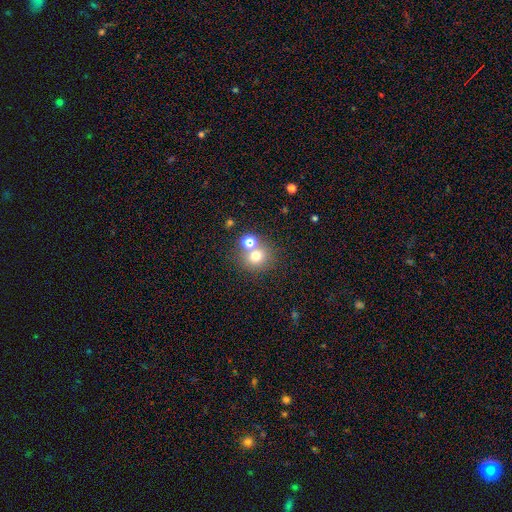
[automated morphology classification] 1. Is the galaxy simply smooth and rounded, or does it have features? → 70% smooth, 19% star or artifact, 12% featured or disk.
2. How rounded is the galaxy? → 85% round, 14% in between, 1% cigar-shaped.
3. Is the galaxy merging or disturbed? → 64% none, 25% merger, 8% minor disturbance, 4% major disturbance.